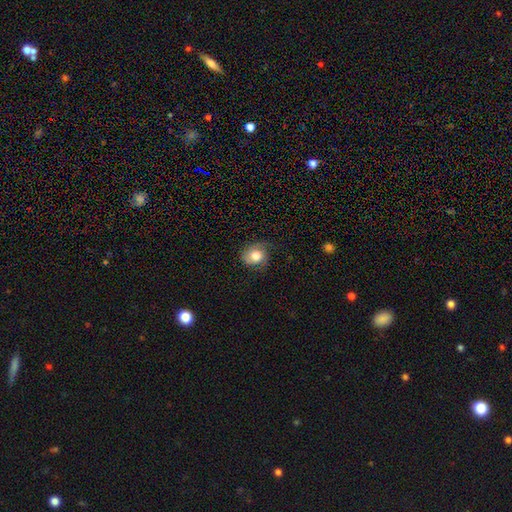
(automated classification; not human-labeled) This appears to be a smooth galaxy with no disk features (68%) that is round (66%). Merging: none (58%).